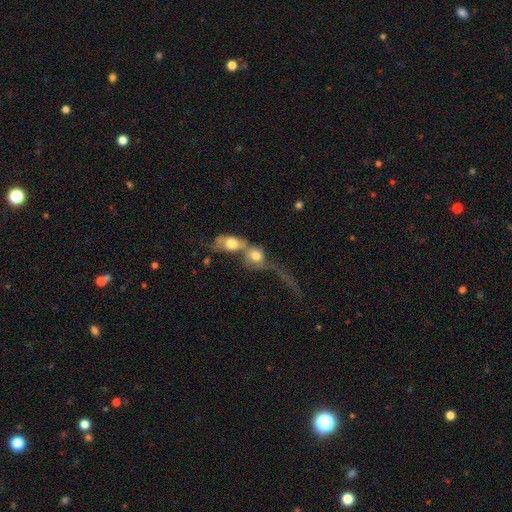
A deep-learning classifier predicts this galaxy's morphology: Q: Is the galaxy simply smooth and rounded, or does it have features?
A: smooth — 60%.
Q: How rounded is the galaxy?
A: round — 56%.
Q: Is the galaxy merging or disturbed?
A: merger — 75%.